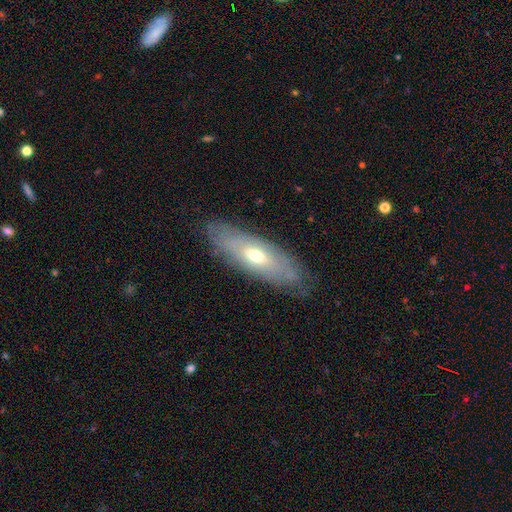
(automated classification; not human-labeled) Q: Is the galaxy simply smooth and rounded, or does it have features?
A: featured or disk — 52%.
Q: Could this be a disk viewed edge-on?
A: no — 67%.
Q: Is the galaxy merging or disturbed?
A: none — 80%.